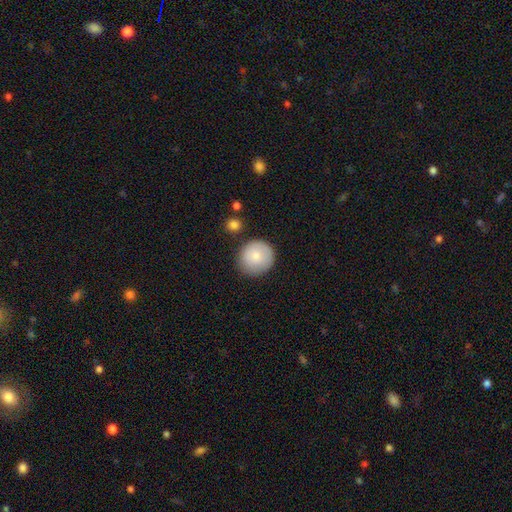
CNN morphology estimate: Smooth or featured? Predicted: smooth (p=0.81). How rounded? Predicted: round (p=0.92). Merging? Predicted: none (p=0.80).